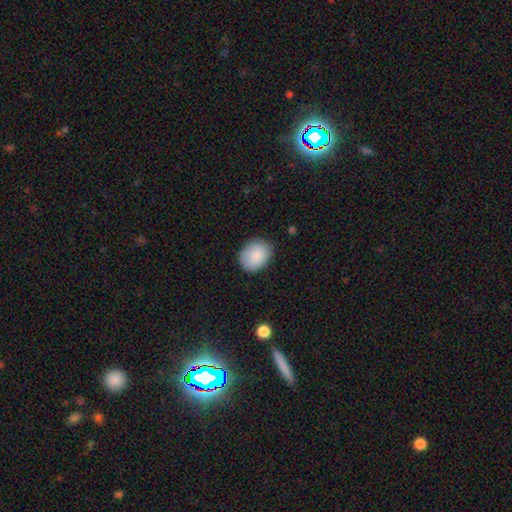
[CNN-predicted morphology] Smooth or featured: smooth — 87% (star or artifact — 7%)
How rounded: in between — 64% (round — 35%)
Merging: none — 79% (minor disturbance — 17%)